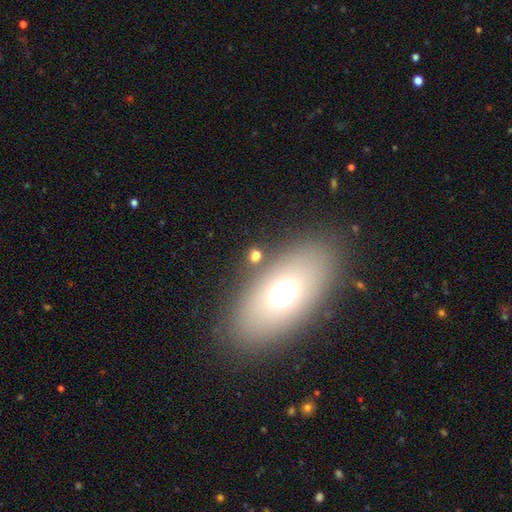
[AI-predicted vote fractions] Smooth or featured?
  - smooth: 61% *
  - star or artifact: 21%
  - featured or disk: 18%
How rounded?
  - in between: 57% *
  - round: 40%
  - cigar-shaped: 4%
Merging?
  - none: 80% *
  - minor disturbance: 9%
  - merger: 6%
  - major disturbance: 5%